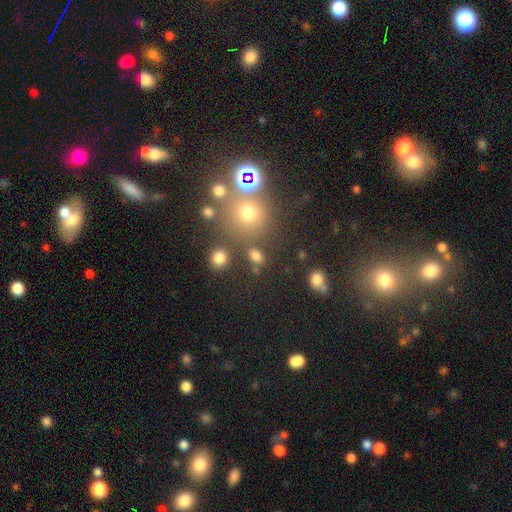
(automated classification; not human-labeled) smooth_or_featured: smooth (p=0.70) [alt: star or artifact p=0.21]
how_rounded: in between (p=0.50) [alt: round p=0.47]
merging: none (p=0.71) [alt: merger p=0.12]